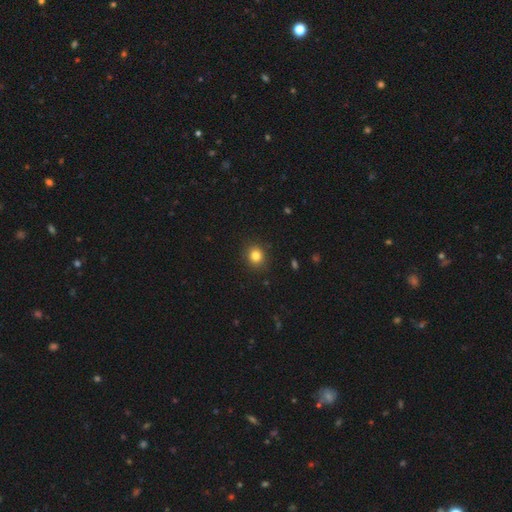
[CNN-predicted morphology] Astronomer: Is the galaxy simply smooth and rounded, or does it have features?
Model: smooth — 83%.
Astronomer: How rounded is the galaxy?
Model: round — 78%.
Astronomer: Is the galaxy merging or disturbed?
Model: none — 89%.